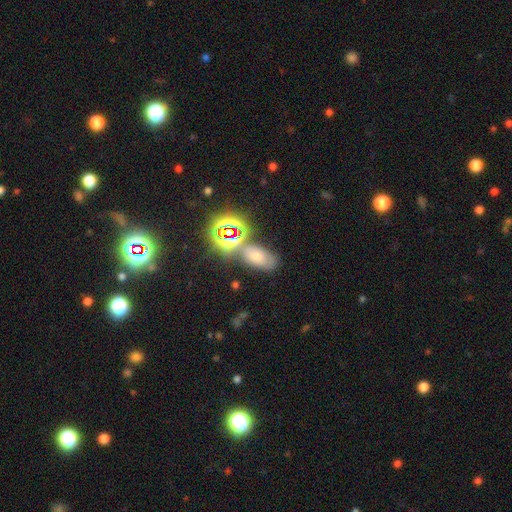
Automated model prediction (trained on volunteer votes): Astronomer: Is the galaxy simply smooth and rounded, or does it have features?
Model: smooth — 51% (runner-up: star or artifact, 33%).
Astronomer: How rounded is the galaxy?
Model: in between — 84%.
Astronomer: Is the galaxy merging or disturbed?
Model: none — 61%.